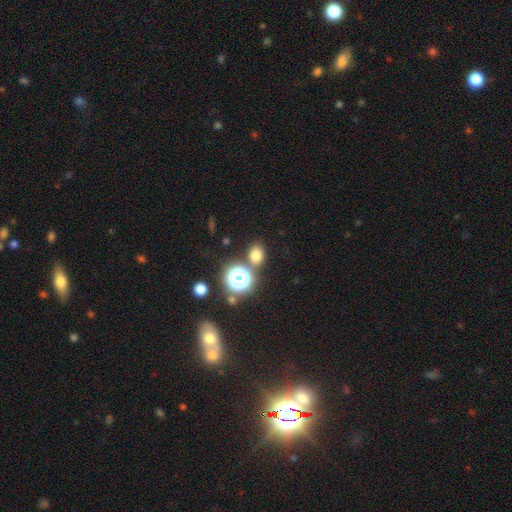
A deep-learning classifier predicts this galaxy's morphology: This is likely a smooth galaxy (72%). How rounded: possibly round (57%). Merging: likely none (76%).